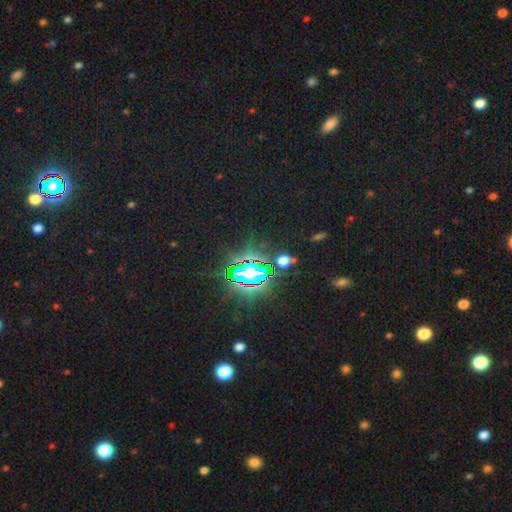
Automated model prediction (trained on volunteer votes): Smooth or featured? Predicted: star or artifact (p=0.82).